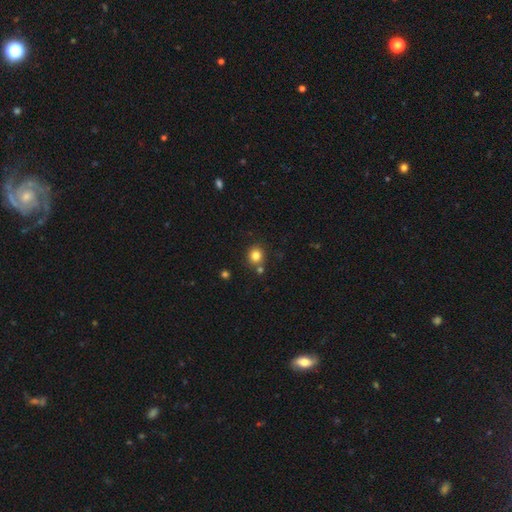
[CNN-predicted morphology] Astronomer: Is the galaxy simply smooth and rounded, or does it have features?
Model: smooth — 82%.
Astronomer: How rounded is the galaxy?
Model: round — 84%.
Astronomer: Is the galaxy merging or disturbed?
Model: none — 75%.